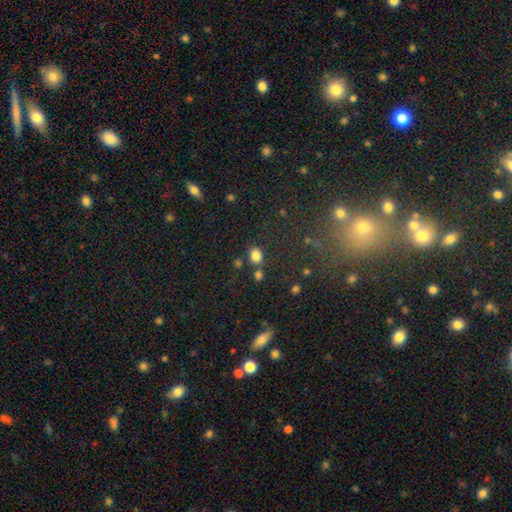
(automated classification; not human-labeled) smooth-or-featured: smooth: 82% | star or artifact: 13% | featured or disk: 5%
  how-rounded: in between: 52% | round: 47% | cigar-shaped: 1%
  merging: none: 73% | merger: 12% | minor disturbance: 11% | major disturbance: 4%